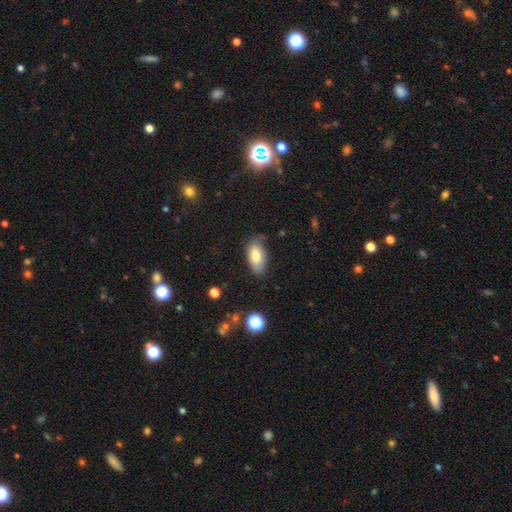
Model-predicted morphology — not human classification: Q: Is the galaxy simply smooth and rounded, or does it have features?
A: smooth — 77%.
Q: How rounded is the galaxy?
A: in between — 92%.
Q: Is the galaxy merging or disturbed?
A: none — 60%.